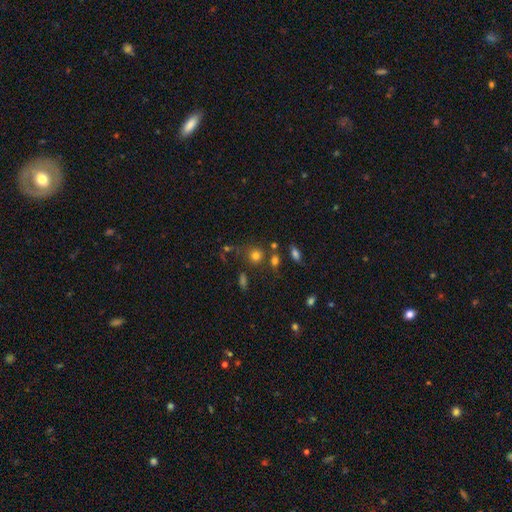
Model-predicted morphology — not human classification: Q: Smooth or featured?
A: smooth (75%); runner-up: star or artifact (16%)
Q: How rounded?
A: round (81%); runner-up: in between (17%)
Q: Merging?
A: none (67%); runner-up: minor disturbance (14%)